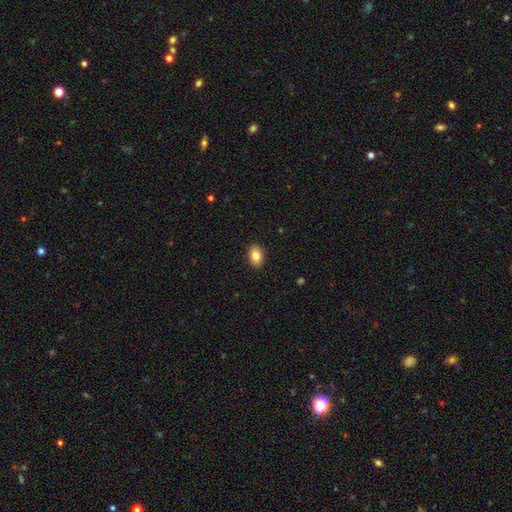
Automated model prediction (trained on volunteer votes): Smooth or featured: smooth — 84% (featured or disk — 8%)
How rounded: in between — 86% (round — 13%)
Merging: none — 90% (minor disturbance — 7%)